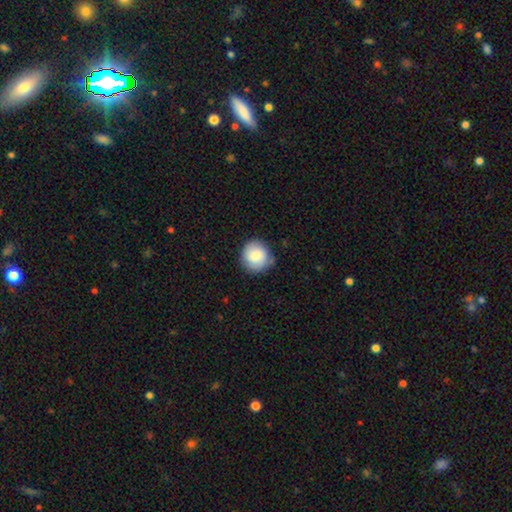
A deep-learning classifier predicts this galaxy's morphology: Q: Smooth or featured?
A: smooth (80%); runner-up: featured or disk (12%)
Q: How rounded?
A: round (91%); runner-up: in between (8%)
Q: Merging?
A: none (80%); runner-up: minor disturbance (16%)